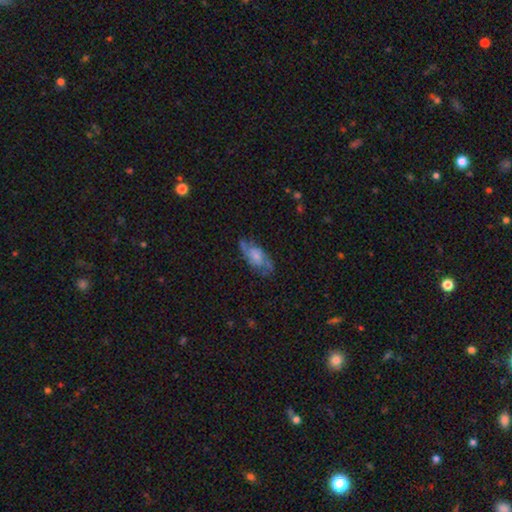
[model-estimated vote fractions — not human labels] smooth-or-featured: featured or disk: 65% | smooth: 28% | star or artifact: 8%
  disk-edge-on: no: 93% | yes: 7%
    bar: no: 62% | weak: 32% | strong: 6%
    has-spiral-arms: yes: 86% | no: 14%
      spiral-winding: medium: 46% | loose: 31% | tight: 22%
      spiral-arm-count: 2: 70% | can't tell: 17% | 3: 5% | 1: 4% | 4: 2% | more than 4: 2%
    bulge-size: small: 40% | moderate: 30% | none: 18% | large: 9% | dominant: 2%
  merging: none: 62% | minor disturbance: 23% | major disturbance: 13% | merger: 2%